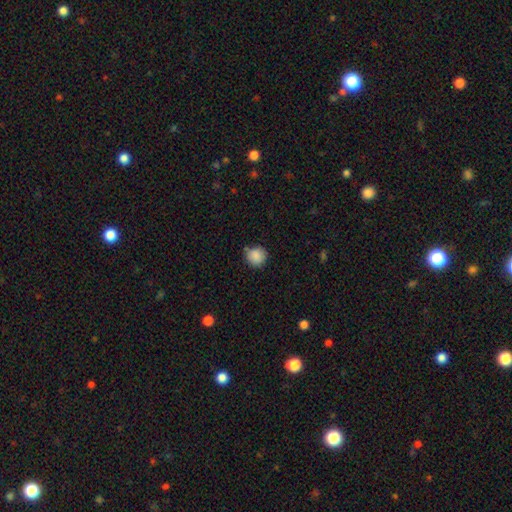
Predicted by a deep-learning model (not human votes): smooth_or_featured: smooth (p=0.88) [alt: star or artifact p=0.09]
how_rounded: round (p=0.92) [alt: in between p=0.07]
merging: none (p=0.77) [alt: minor disturbance p=0.16]